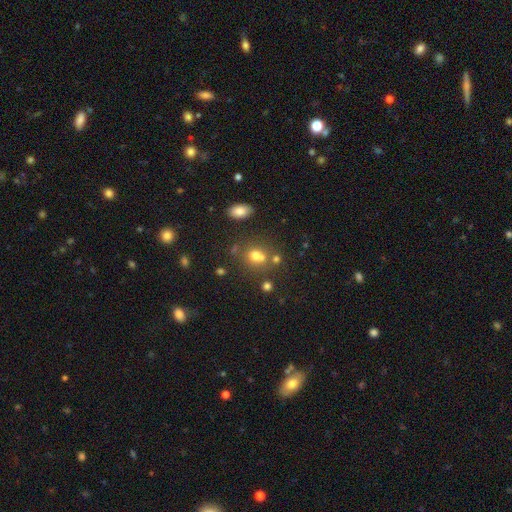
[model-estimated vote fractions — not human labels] This is likely a smooth galaxy (67%). How rounded: likely round (63%). Merging: possibly none (48%).